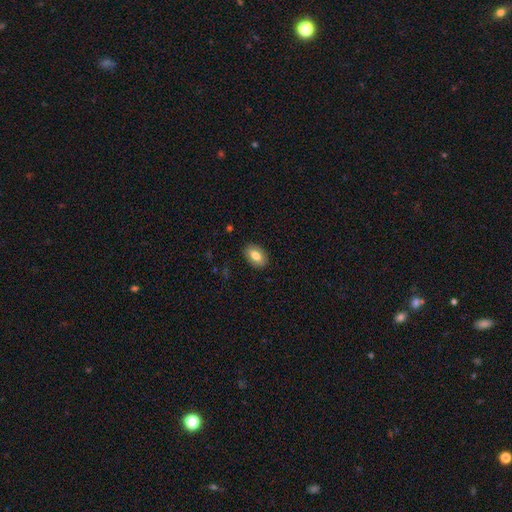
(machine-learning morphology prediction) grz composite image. It shows a smooth galaxy with no disk features (77%) that is in between round and cigar-shaped (90%). Merging: none (88%).